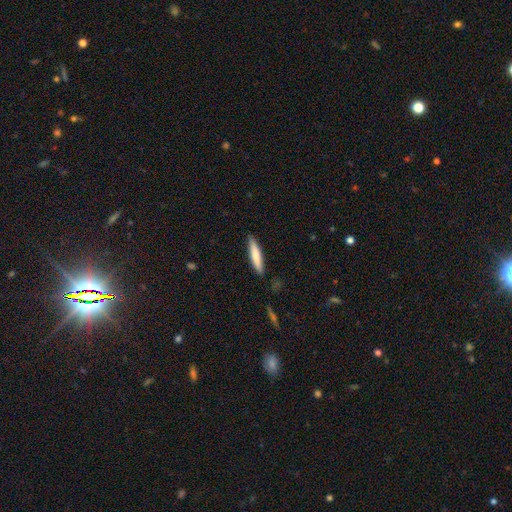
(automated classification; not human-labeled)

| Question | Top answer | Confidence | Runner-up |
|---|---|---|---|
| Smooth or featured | smooth | 76% | featured or disk (19%) |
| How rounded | cigar-shaped | 88% | in between (11%) |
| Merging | none | 88% | minor disturbance (9%) |